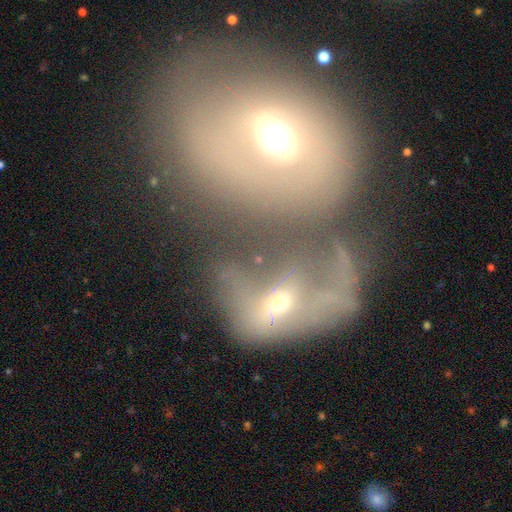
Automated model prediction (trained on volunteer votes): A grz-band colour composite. It shows a featured or disk galaxy (52%). Merging: merger (74%).